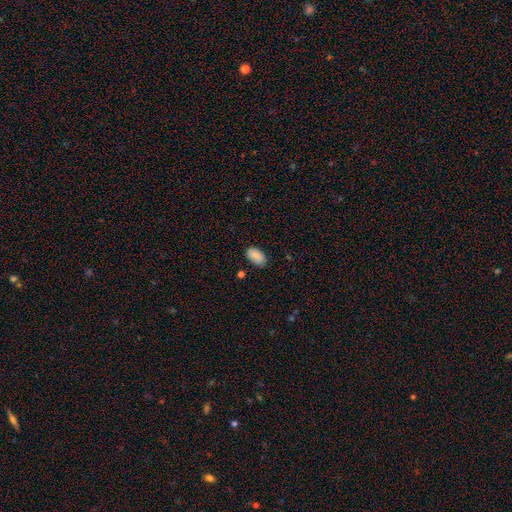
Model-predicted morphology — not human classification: Smooth or featured: smooth — 87% (star or artifact — 7%)
How rounded: in between — 93% (round — 5%)
Merging: none — 81% (minor disturbance — 14%)